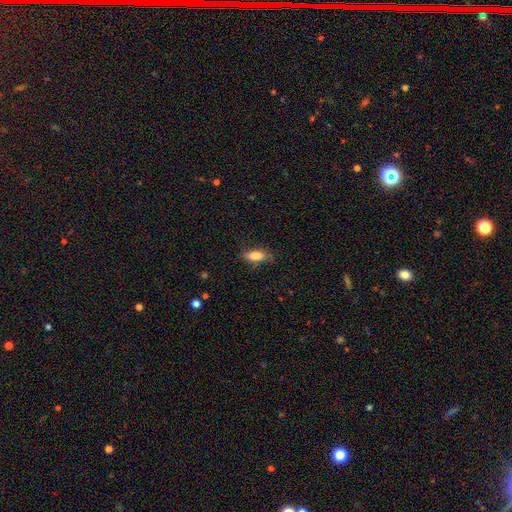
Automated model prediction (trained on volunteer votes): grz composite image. It shows a smooth galaxy with no disk features (82%) that is in between round and cigar-shaped (79%). Merging: none (75%).